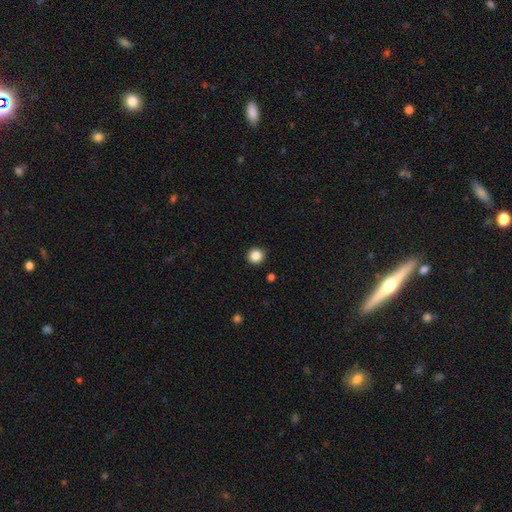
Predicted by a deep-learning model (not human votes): This is clearly a smooth galaxy (86%). How rounded: clearly round (95%). Merging: clearly none (93%).